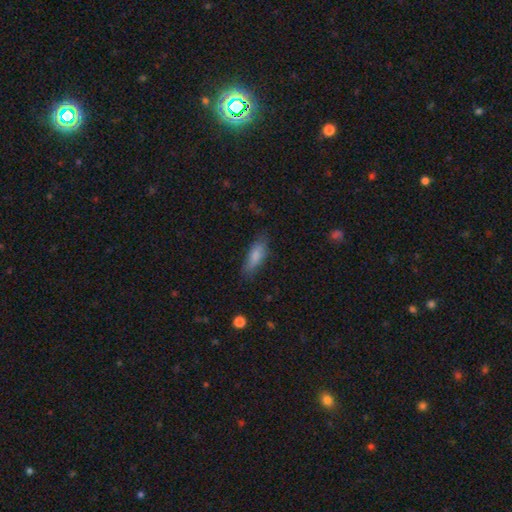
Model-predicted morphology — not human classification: Overall: smooth (80%). How rounded: in between (64%; cigar-shaped 34%). Merging: none (70%).